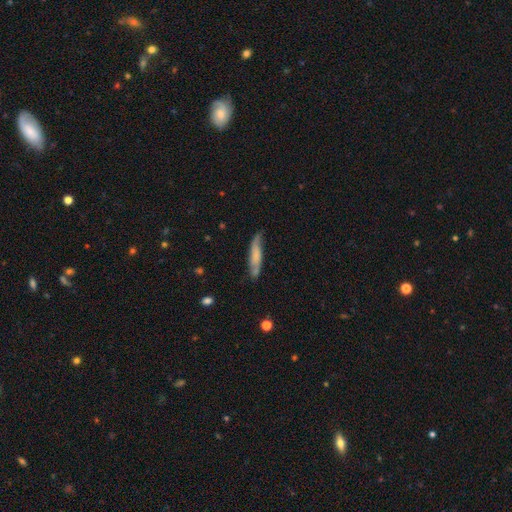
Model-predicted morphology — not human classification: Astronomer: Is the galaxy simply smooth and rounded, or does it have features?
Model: smooth — 56% (runner-up: featured or disk, 37%).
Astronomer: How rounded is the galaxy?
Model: cigar-shaped — 86%.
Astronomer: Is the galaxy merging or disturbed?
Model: none — 66%.